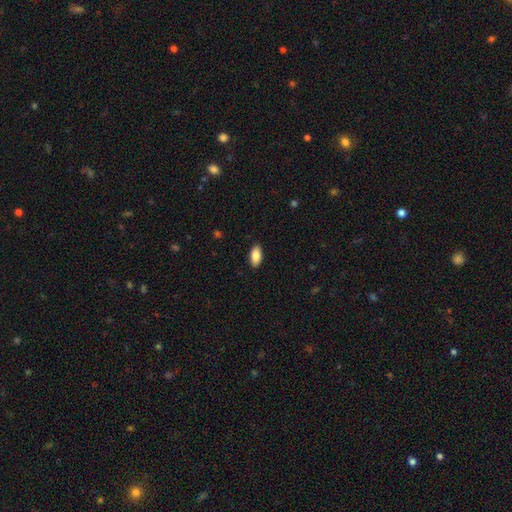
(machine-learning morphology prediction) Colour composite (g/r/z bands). It shows a smooth galaxy with no disk features (87%) that is in between round and cigar-shaped (93%). Merging: none (90%).